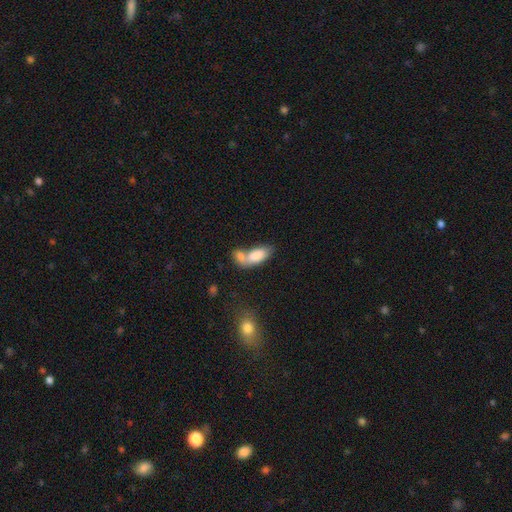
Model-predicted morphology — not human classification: A smooth galaxy with no disk features (81%) that is in between round and cigar-shaped (87%).

Vote fractions:
- Smooth or featured? smooth: 81% / featured or disk: 12% / star or artifact: 7%
- How rounded? in between: 87% / cigar-shaped: 9% / round: 3%
- Merging? merger: 57% / none: 26% / minor disturbance: 11% / major disturbance: 6%